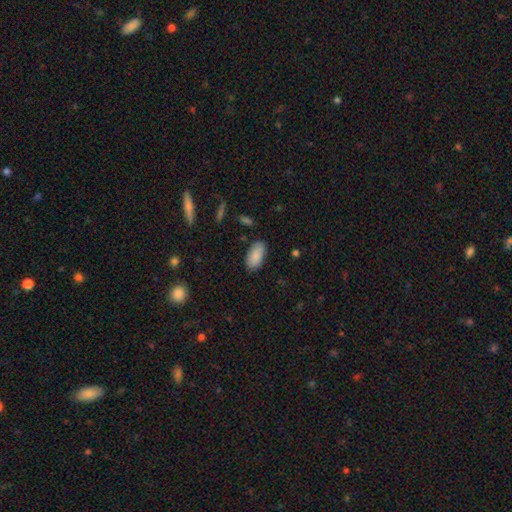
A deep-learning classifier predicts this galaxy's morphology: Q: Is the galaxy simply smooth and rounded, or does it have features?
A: smooth — 87%.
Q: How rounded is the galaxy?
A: in between — 94%.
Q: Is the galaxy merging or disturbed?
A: none — 84%.